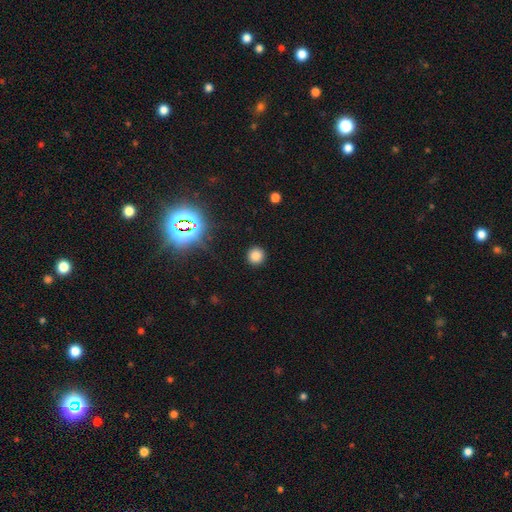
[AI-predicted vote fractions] smooth 78%, star or artifact 17%, featured or disk 5%. Down the decision tree: how rounded — round (94%); merging — none (91%).